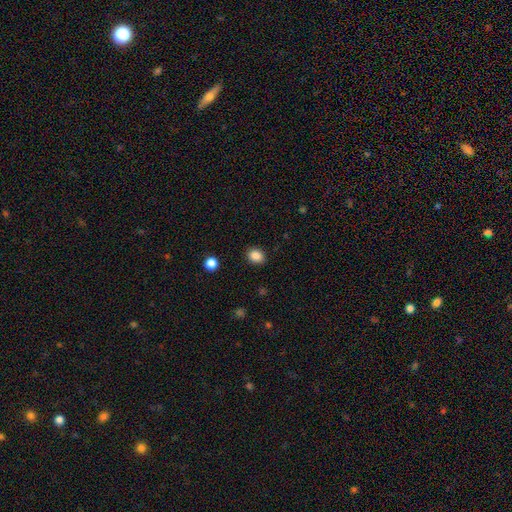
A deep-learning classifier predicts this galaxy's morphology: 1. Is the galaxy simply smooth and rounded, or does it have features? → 87% smooth, 10% star or artifact, 4% featured or disk.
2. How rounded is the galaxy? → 51% in between, 48% round, 1% cigar-shaped.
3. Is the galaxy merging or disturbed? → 89% none, 7% minor disturbance, 2% major disturbance, 1% merger.